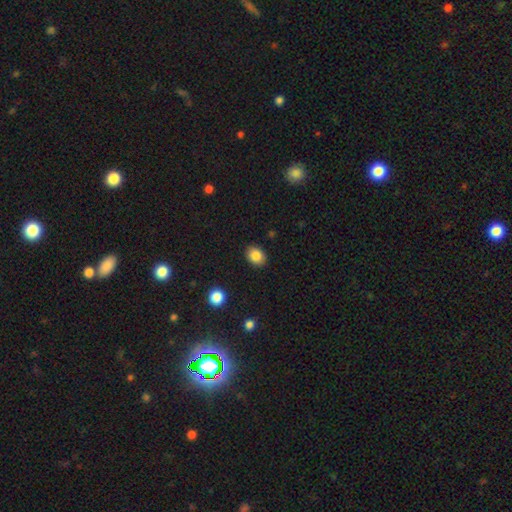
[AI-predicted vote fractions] Smooth or featured? smooth (86%)
How rounded? in between (62%)
Merging? none (89%)